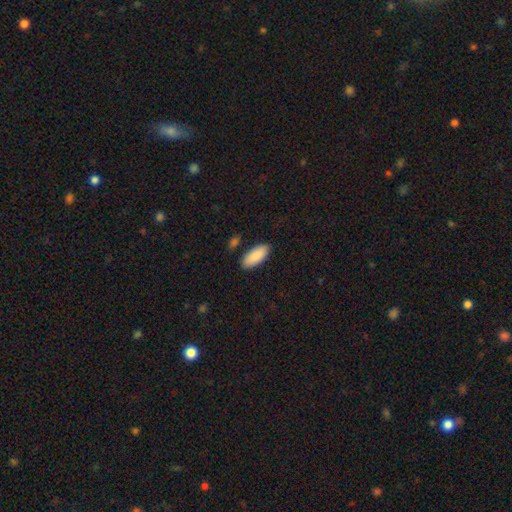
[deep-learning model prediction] This is clearly a smooth galaxy (90%). How rounded: clearly in between (85%). Merging: clearly none (84%).